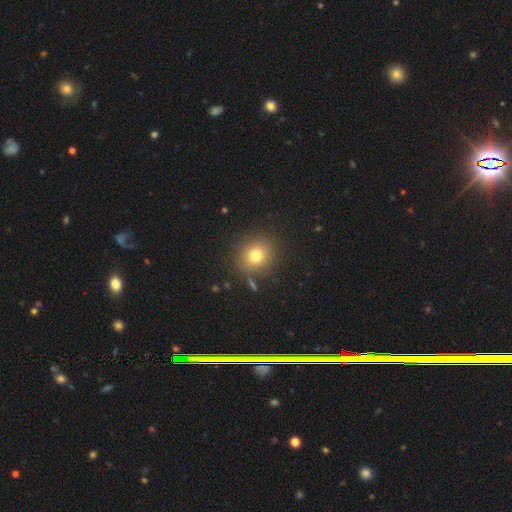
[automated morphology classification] Overall: smooth (76%). How rounded: round (81%). Merging: none (86%).